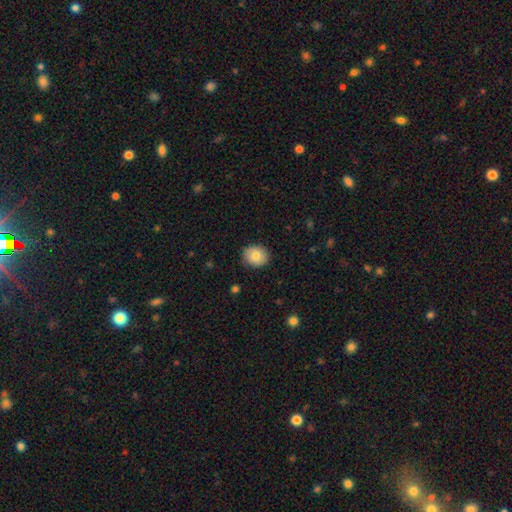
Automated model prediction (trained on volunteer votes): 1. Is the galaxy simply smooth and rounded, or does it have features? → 78% smooth, 15% featured or disk, 8% star or artifact.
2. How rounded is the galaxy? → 68% round, 31% in between, 1% cigar-shaped.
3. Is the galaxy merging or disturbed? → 83% none, 13% minor disturbance, 3% major disturbance, 1% merger.